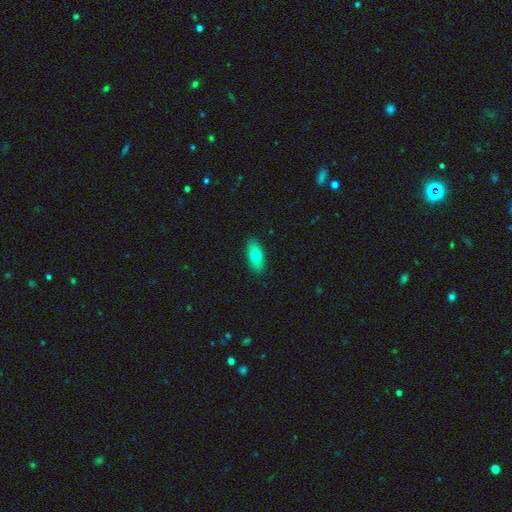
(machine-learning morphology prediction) Smooth or featured? smooth (76%)
How rounded? in between (85%)
Merging? none (89%)